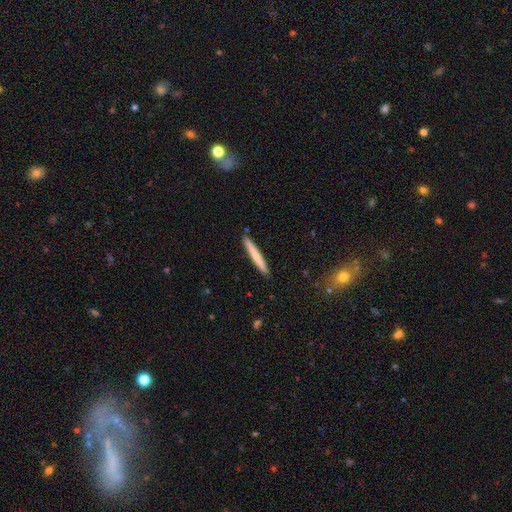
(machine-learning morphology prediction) type=smooth (70%); roundness=cigar-shaped (97%); merging=none (91%).